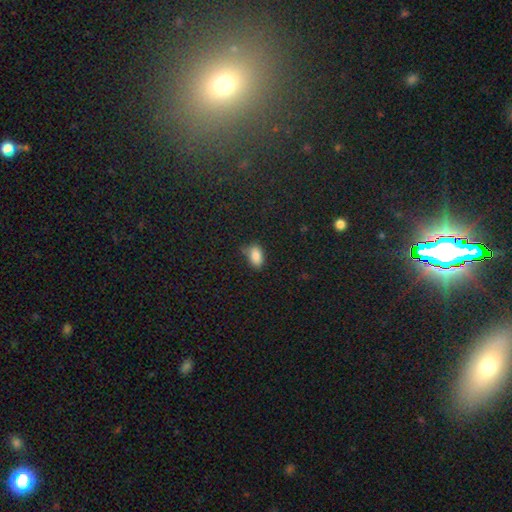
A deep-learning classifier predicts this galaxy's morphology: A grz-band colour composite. It shows a smooth galaxy with no disk features (85%) that is in between round and cigar-shaped (90%). Merging: none (59%).